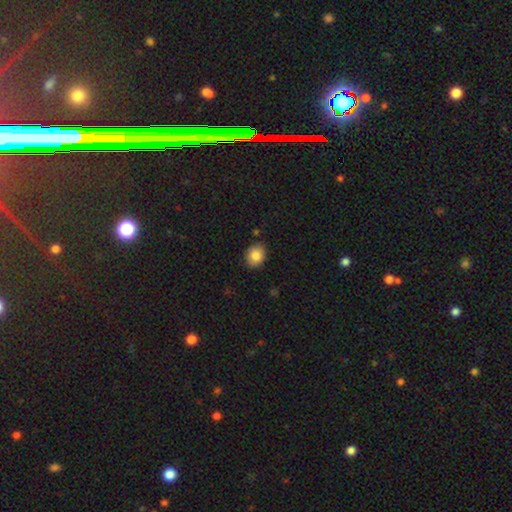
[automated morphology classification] Q: Smooth or featured?
A: smooth (85%); runner-up: star or artifact (8%)
Q: How rounded?
A: in between (51%); runner-up: round (48%)
Q: Merging?
A: none (85%); runner-up: minor disturbance (11%)